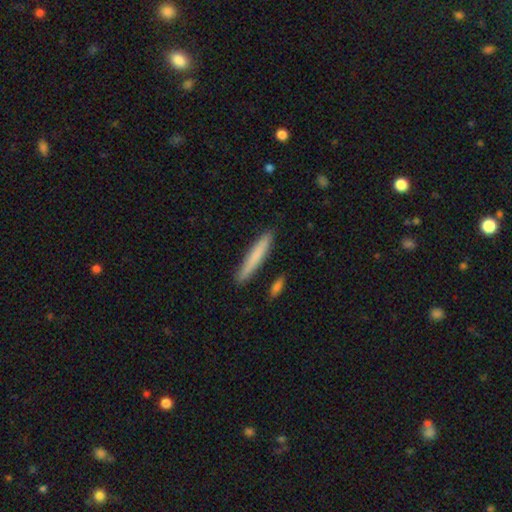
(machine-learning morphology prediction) This appears to be a smooth galaxy with no disk features (74%) that is cigar-shaped (95%). Merging: none (89%).